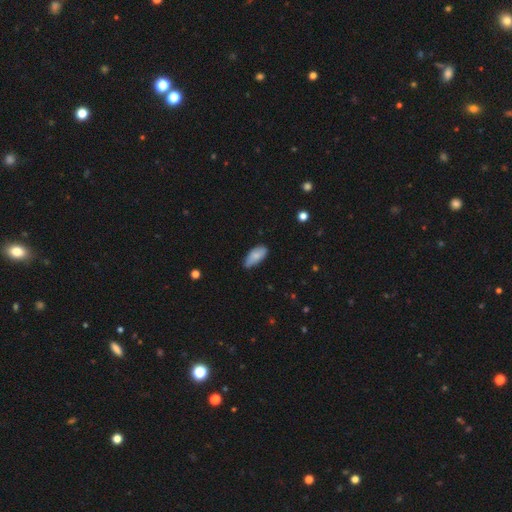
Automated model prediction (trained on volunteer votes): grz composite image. It shows a smooth galaxy with no disk features (79%) that is in between round and cigar-shaped (89%). Merging: none (60%).